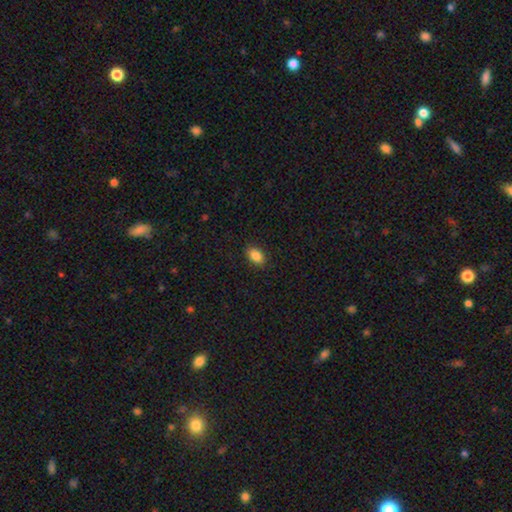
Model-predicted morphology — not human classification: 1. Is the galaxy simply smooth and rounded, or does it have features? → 87% smooth, 8% star or artifact, 5% featured or disk.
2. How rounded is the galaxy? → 88% in between, 11% round, 2% cigar-shaped.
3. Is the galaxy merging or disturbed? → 88% none, 9% minor disturbance, 2% major disturbance, 1% merger.